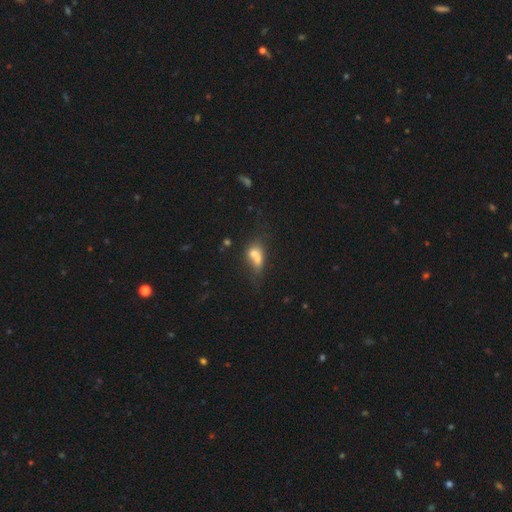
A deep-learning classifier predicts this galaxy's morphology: Q: Smooth or featured?
A: smooth (63%); runner-up: featured or disk (25%)
Q: How rounded?
A: in between (62%); runner-up: round (31%)
Q: Merging?
A: merger (58%); runner-up: none (20%)